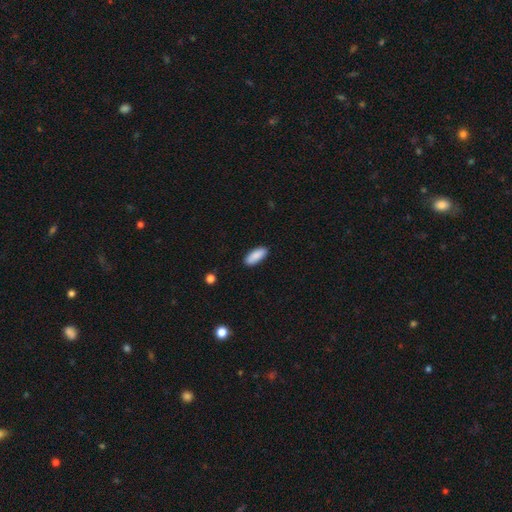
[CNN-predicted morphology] This is clearly a smooth galaxy (89%). How rounded: likely in between (79%). Merging: clearly none (89%).